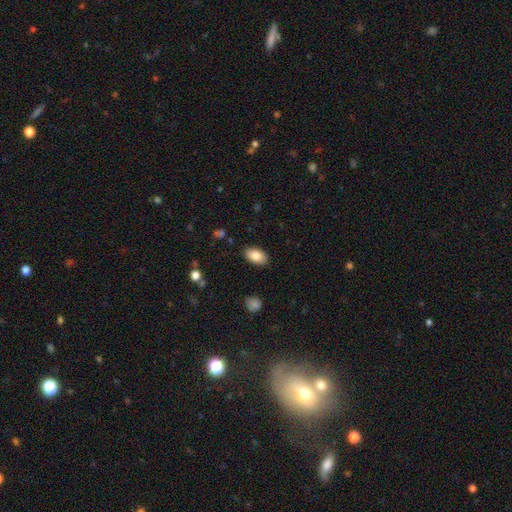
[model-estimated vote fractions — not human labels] Smooth or featured? smooth (83%)
How rounded? in between (93%)
Merging? none (87%)